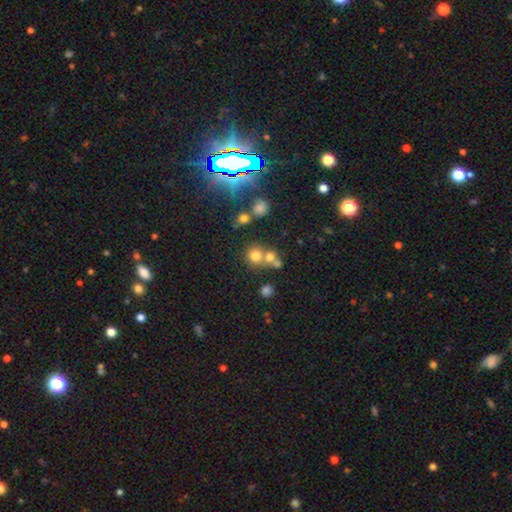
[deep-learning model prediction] smooth-or-featured: smooth: 70% | star or artifact: 18% | featured or disk: 12%
  how-rounded: round: 88% | in between: 11% | cigar-shaped: 1%
  merging: none: 53% | merger: 35% | minor disturbance: 8% | major disturbance: 4%